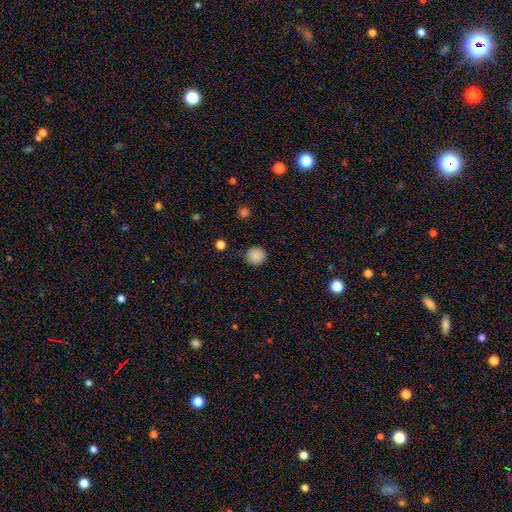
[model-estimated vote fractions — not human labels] The model was most divided on "merging": none: 82%, minor disturbance: 14%, major disturbance: 3%, merger: 1%. More confident: how rounded — round (93%); smooth or featured — smooth (86%).